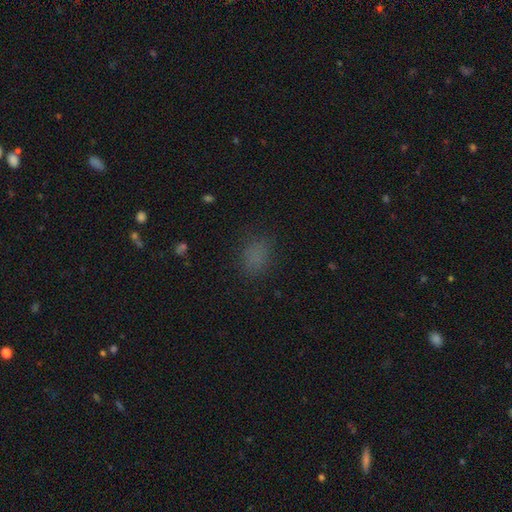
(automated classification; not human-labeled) Smooth or featured? smooth (76%)
How rounded? in between (63%)
Merging? none (80%)